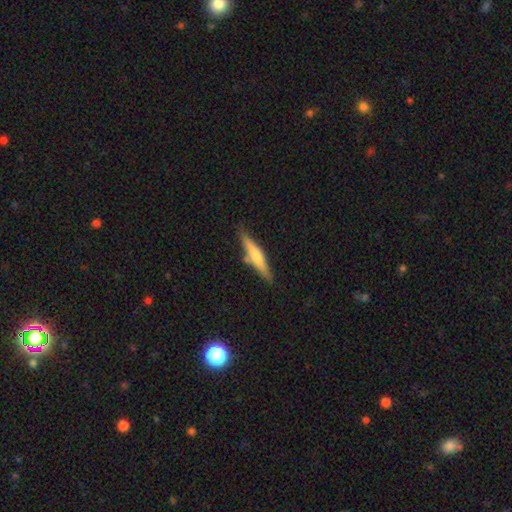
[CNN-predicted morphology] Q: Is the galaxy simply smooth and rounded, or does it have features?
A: smooth — 47%, tied with featured or disk.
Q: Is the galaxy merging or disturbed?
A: none — 80%.